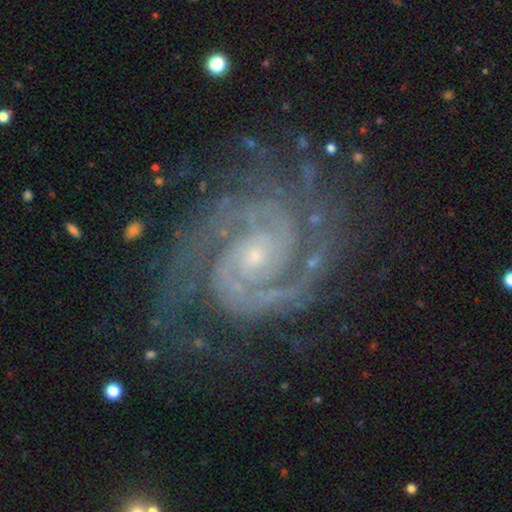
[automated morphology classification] smooth-or-featured: featured or disk: 93% | star or artifact: 5% | smooth: 2%
  disk-edge-on: no: 98% | yes: 2%
    bar: no: 66% | weak: 25% | strong: 10%
    has-spiral-arms: yes: 99% | no: 1%
      spiral-winding: tight: 67% | medium: 29% | loose: 3%
      spiral-arm-count: 2: 69% | 3: 12% | can't tell: 6% | 4: 5% | more than 4: 4% | 1: 4%
    bulge-size: small: 79% | moderate: 16% | none: 3% | large: 1% | dominant: 1%
  merging: none: 74% | minor disturbance: 16% | major disturbance: 8% | merger: 2%